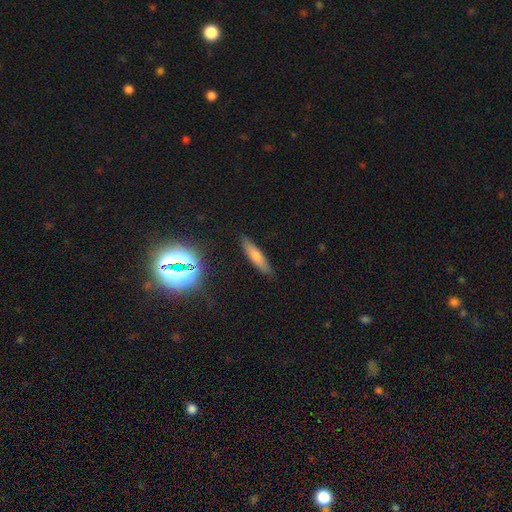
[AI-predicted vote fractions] Smooth or featured: smooth — 57% (featured or disk — 25%)
How rounded: cigar-shaped — 76% (in between — 20%)
Merging: none — 88% (minor disturbance — 9%)